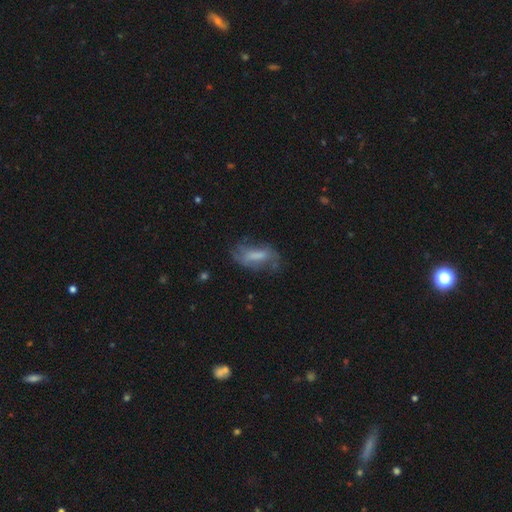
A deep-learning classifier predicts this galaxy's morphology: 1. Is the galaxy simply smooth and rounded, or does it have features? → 48% smooth, 42% featured or disk, 10% star or artifact.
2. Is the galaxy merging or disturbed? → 50% none, 27% minor disturbance, 21% major disturbance, 3% merger.